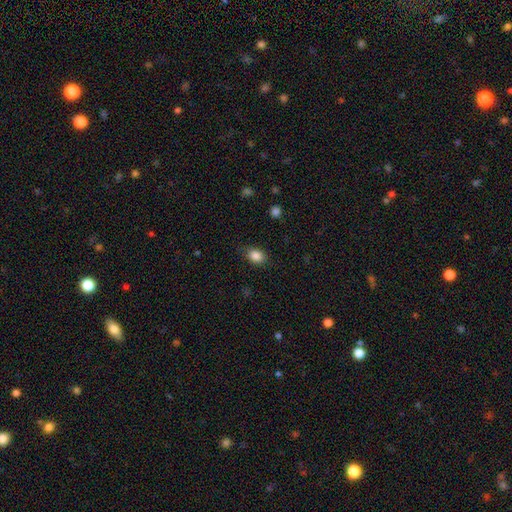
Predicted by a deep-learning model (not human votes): smooth_or_featured: smooth (p=0.86) [alt: star or artifact p=0.09]
how_rounded: in between (p=0.68) [alt: round p=0.30]
merging: none (p=0.81) [alt: minor disturbance p=0.14]